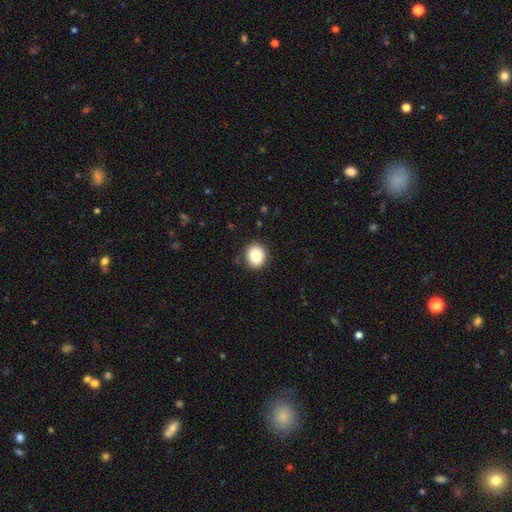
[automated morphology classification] A smooth galaxy with no disk features (87%) that is round (70%).

Vote fractions:
- Smooth or featured? smooth: 87% / star or artifact: 9% / featured or disk: 4%
- How rounded? round: 70% / in between: 29% / cigar-shaped: 1%
- Merging? none: 89% / minor disturbance: 8% / major disturbance: 2% / merger: 1%